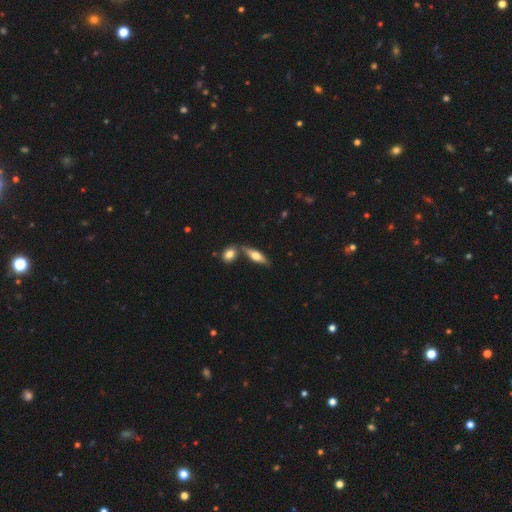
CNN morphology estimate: smooth_or_featured: featured or disk (p=0.50) [alt: smooth p=0.44]
merging: none (p=0.67) [alt: merger p=0.19]